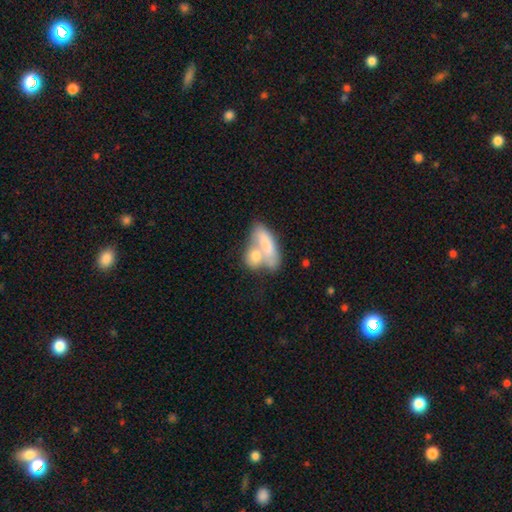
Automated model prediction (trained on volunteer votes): This appears to be a smooth galaxy with no disk features (74%) that is in between round and cigar-shaped (72%). Merging: merger (61%).